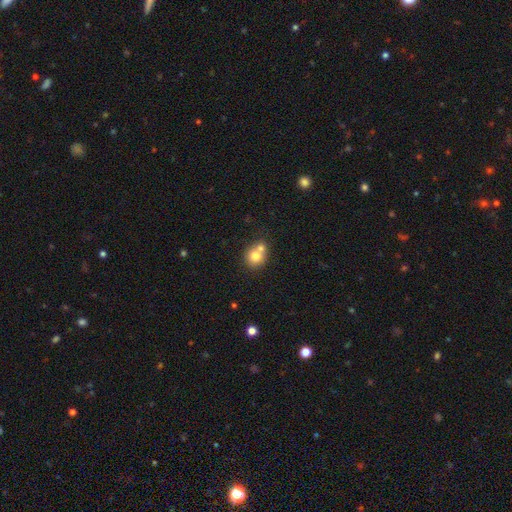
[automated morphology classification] smooth-or-featured: smooth: 74% | featured or disk: 16% | star or artifact: 10%
  how-rounded: round: 80% | in between: 19% | cigar-shaped: 1%
  merging: merger: 49% | none: 41% | minor disturbance: 8% | major disturbance: 3%